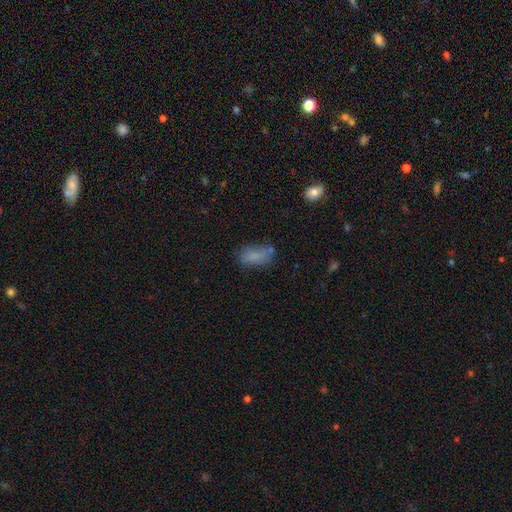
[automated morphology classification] smooth-or-featured: smooth: 73% | featured or disk: 15% | star or artifact: 12%
  how-rounded: in between: 88% | cigar-shaped: 7% | round: 5%
  merging: none: 53% | minor disturbance: 26% | major disturbance: 12% | merger: 8%